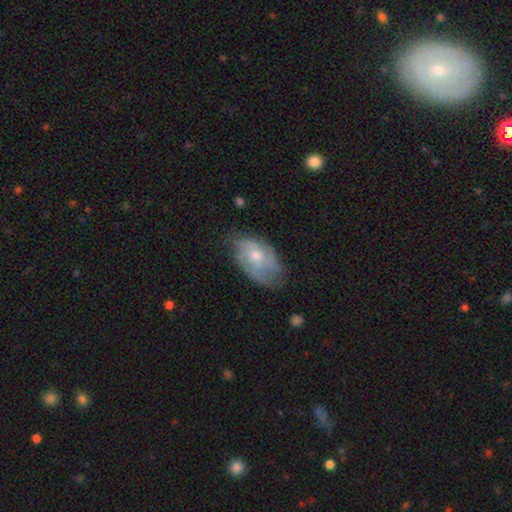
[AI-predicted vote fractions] smooth-or-featured: featured or disk: 53% | smooth: 40% | star or artifact: 7%
  disk-edge-on: no: 94% | yes: 6%
  merging: none: 56% | minor disturbance: 32% | major disturbance: 11% | merger: 1%